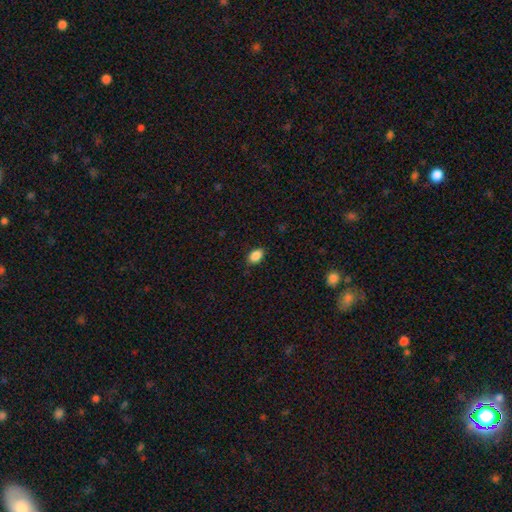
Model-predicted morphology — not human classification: This is clearly a smooth galaxy (88%). How rounded: clearly in between (87%). Merging: clearly none (84%).